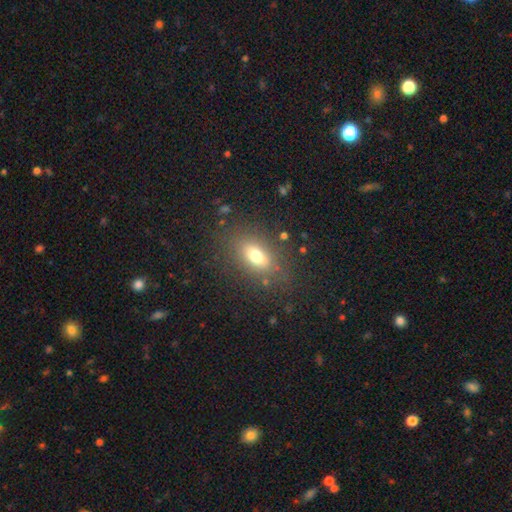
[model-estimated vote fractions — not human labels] smooth_or_featured: smooth (p=0.70) [alt: featured or disk p=0.18]
how_rounded: in between (p=0.79) [alt: round p=0.15]
merging: none (p=0.79) [alt: minor disturbance p=0.12]